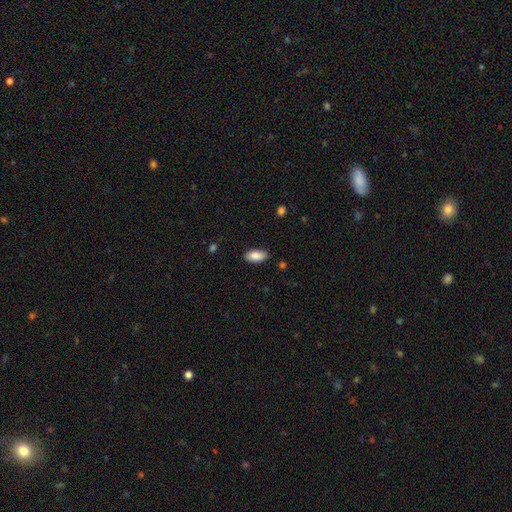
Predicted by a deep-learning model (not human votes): Smooth or featured?
  - smooth: 86% *
  - featured or disk: 7%
  - star or artifact: 7%
How rounded?
  - in between: 92% *
  - cigar-shaped: 5%
  - round: 2%
Merging?
  - none: 87% *
  - minor disturbance: 10%
  - major disturbance: 2%
  - merger: 1%